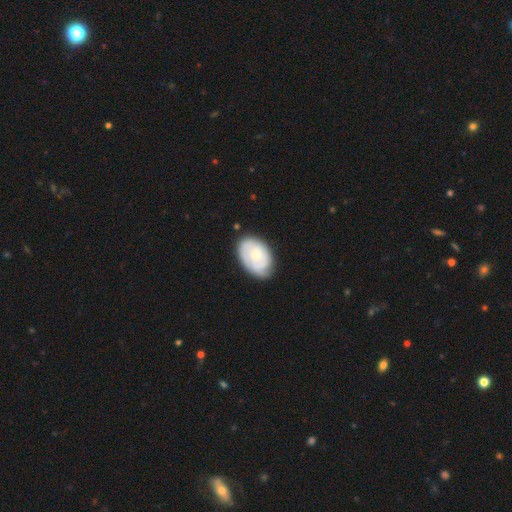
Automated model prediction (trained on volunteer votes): smooth 49%, featured or disk 46%, star or artifact 6%. Down the decision tree: merging — none (70%).